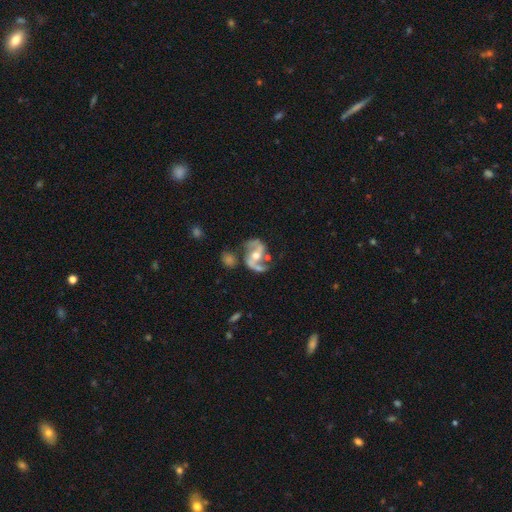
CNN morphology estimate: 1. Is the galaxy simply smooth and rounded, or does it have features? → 89% featured or disk, 6% smooth, 6% star or artifact.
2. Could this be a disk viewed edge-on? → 97% no, 3% yes.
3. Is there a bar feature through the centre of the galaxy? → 36% weak, 34% no, 31% strong.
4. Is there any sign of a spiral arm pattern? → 96% yes, 4% no.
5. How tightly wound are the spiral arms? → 45% loose (tied), 45% medium (tied), 10% tight.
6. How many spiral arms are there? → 92% 2, 2% 1, 2% can't tell, 1% 3, 1% 4, 1% more than 4.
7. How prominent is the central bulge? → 69% moderate, 21% small, 6% large, 2% none, 1% dominant.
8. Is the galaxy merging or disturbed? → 61% none, 19% minor disturbance, 11% major disturbance, 9% merger.